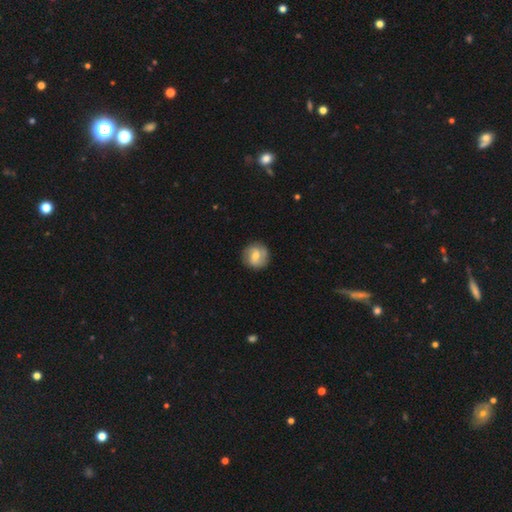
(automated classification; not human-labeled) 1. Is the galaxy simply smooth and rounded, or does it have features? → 51% featured or disk, 43% smooth, 7% star or artifact.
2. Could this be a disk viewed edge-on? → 97% no, 3% yes.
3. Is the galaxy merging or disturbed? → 86% none, 10% minor disturbance, 3% major disturbance, 1% merger.